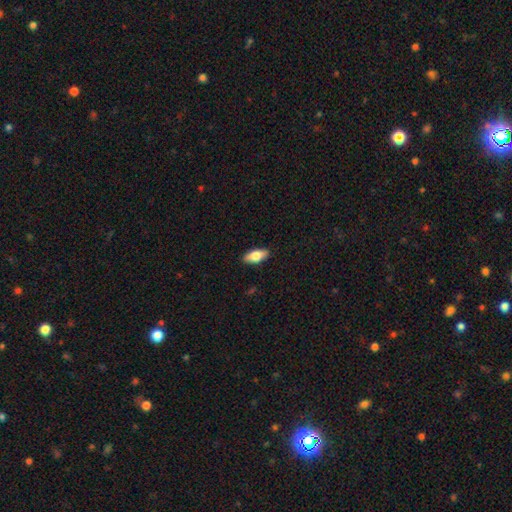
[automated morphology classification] A smooth galaxy with no disk features (75%) that is in between round and cigar-shaped (84%).

Vote fractions:
- Smooth or featured? smooth: 75% / featured or disk: 19% / star or artifact: 6%
- How rounded? in between: 84% / cigar-shaped: 13% / round: 3%
- Merging? none: 90% / minor disturbance: 8% / major disturbance: 2% / merger: 1%